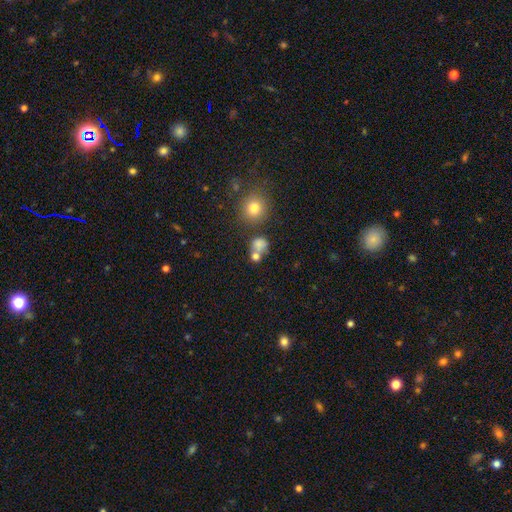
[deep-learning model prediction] Smooth or featured?
  - smooth: 69% *
  - star or artifact: 20%
  - featured or disk: 11%
How rounded?
  - round: 69% *
  - in between: 29%
  - cigar-shaped: 2%
Merging?
  - none: 48% *
  - merger: 35%
  - minor disturbance: 10%
  - major disturbance: 6%